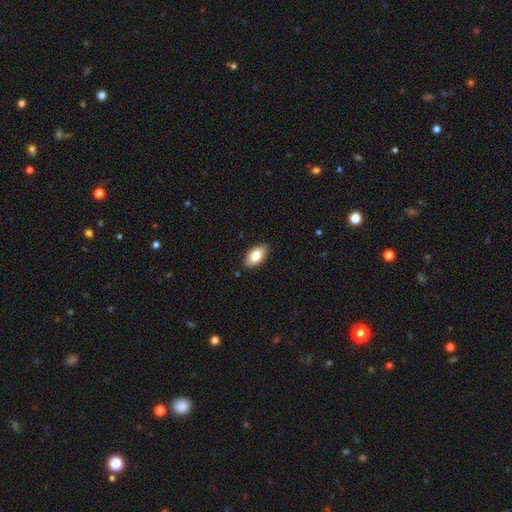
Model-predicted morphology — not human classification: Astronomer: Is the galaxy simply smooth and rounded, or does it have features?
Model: smooth — 80%.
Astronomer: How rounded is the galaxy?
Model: in between — 92%.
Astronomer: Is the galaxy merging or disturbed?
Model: none — 87%.